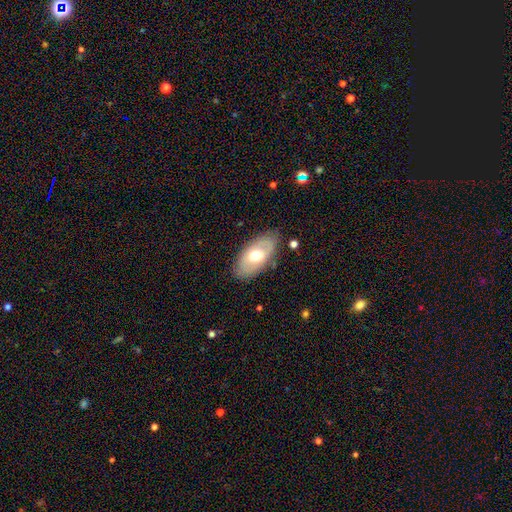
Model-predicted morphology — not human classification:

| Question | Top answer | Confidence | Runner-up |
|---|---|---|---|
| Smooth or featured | smooth | 53% | featured or disk (41%) |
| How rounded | in between | 92% | round (5%) |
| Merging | none | 80% | minor disturbance (15%) |